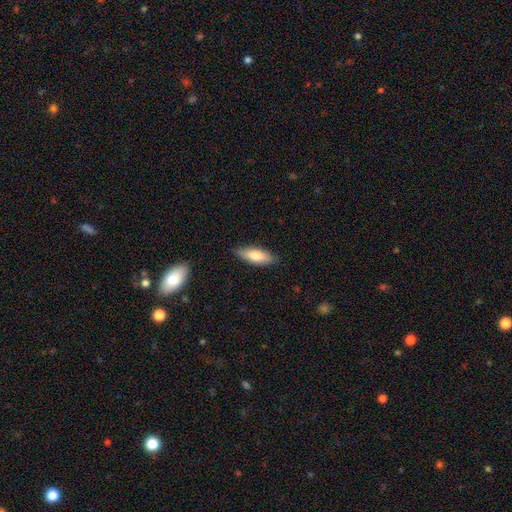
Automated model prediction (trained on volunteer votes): Q: Smooth or featured?
A: smooth (75%); runner-up: featured or disk (19%)
Q: How rounded?
A: in between (62%); runner-up: cigar-shaped (36%)
Q: Merging?
A: none (87%); runner-up: minor disturbance (10%)